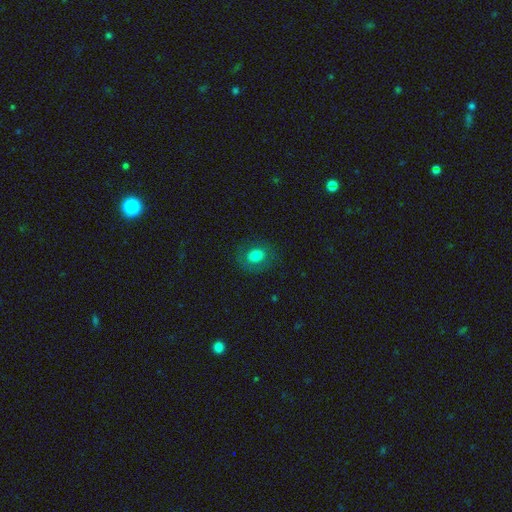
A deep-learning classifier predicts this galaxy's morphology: A smooth galaxy with no disk features (72%) that is round (54%).

Vote fractions:
- Smooth or featured? smooth: 72% / featured or disk: 17% / star or artifact: 10%
- How rounded? round: 54% / in between: 45% / cigar-shaped: 1%
- Merging? none: 81% / minor disturbance: 12% / major disturbance: 6% / merger: 1%